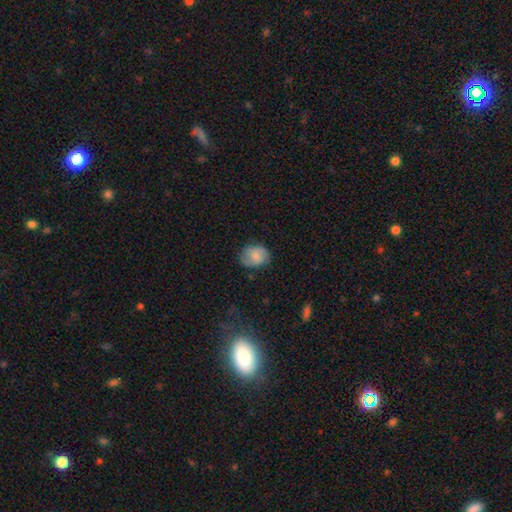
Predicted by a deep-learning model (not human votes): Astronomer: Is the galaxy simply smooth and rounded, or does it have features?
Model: smooth — 68%.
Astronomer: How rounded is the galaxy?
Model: in between — 58% (runner-up: round, 41%).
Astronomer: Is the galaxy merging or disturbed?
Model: none — 70%.